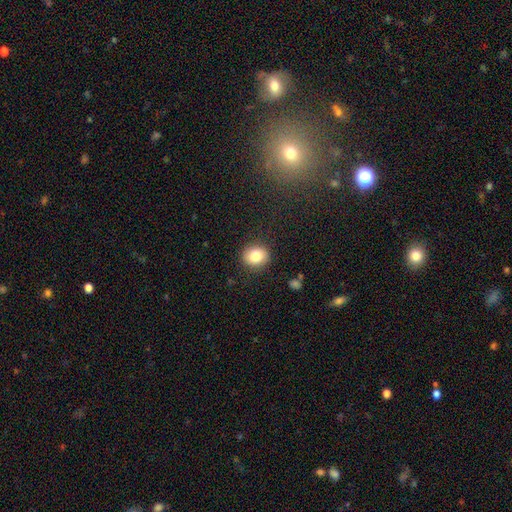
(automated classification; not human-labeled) Overall: smooth (83%). How rounded: round (71%). Merging: none (87%).